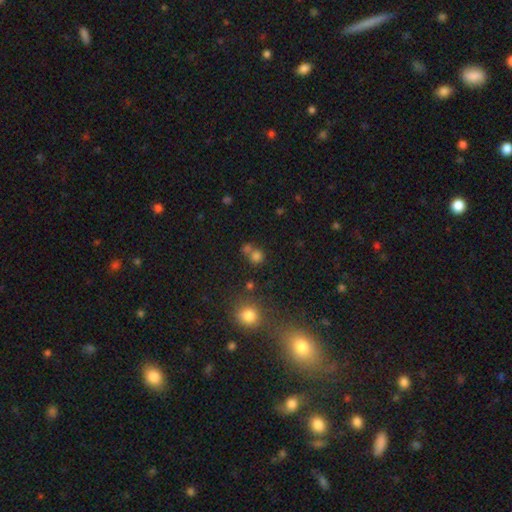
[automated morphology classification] The model was most divided on "merging": none: 55%, merger: 33%, minor disturbance: 8%, major disturbance: 4%. More confident: how rounded — round (84%); smooth or featured — smooth (73%).